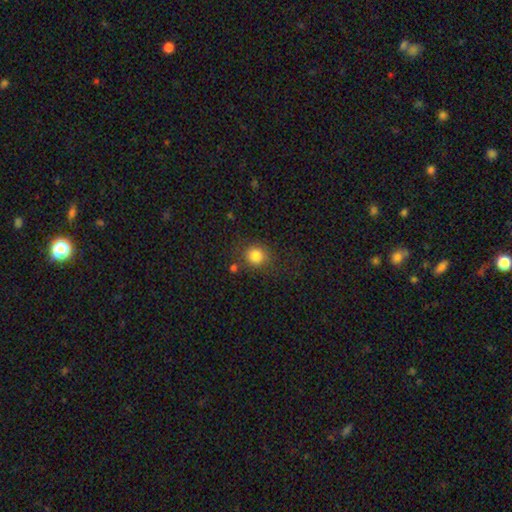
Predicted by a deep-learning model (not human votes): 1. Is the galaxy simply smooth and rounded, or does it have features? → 83% smooth, 11% star or artifact, 6% featured or disk.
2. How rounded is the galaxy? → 84% round, 15% in between, 1% cigar-shaped.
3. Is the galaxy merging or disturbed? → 77% none, 12% minor disturbance, 5% major disturbance, 5% merger.